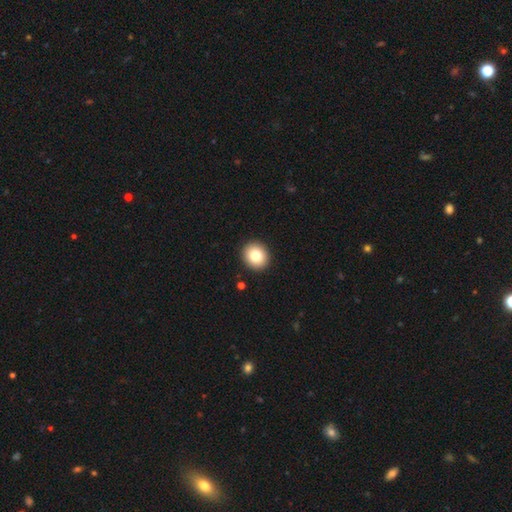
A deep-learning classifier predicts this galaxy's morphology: smooth_or_featured: smooth (p=0.81) [alt: featured or disk p=0.09]
how_rounded: round (p=0.79) [alt: in between p=0.20]
merging: none (p=0.92) [alt: minor disturbance p=0.05]